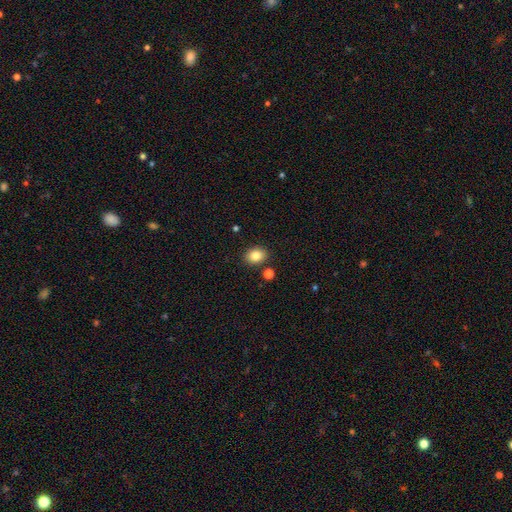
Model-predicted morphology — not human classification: smooth-or-featured: smooth: 83% | star or artifact: 10% | featured or disk: 7%
  how-rounded: in between: 57% | round: 42% | cigar-shaped: 1%
  merging: none: 85% | minor disturbance: 9% | merger: 4% | major disturbance: 2%